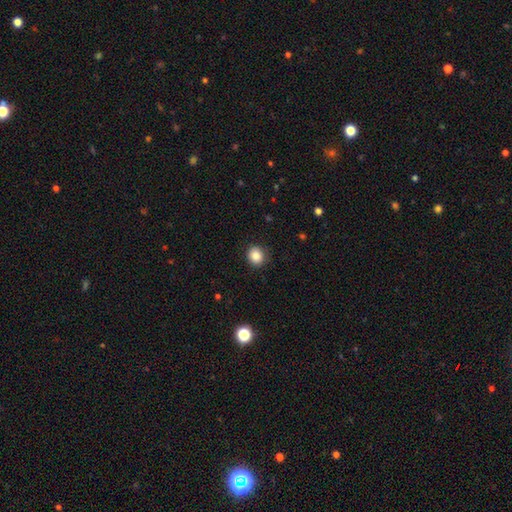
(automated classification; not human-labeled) Smooth or featured? smooth (85%)
How rounded? round (79%)
Merging? none (89%)